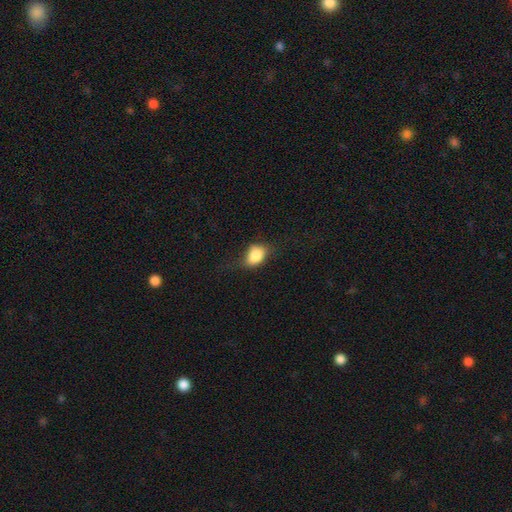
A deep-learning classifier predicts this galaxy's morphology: Smooth or featured: smooth — 82% (featured or disk — 10%)
How rounded: in between — 73% (round — 25%)
Merging: none — 52% (minor disturbance — 31%)